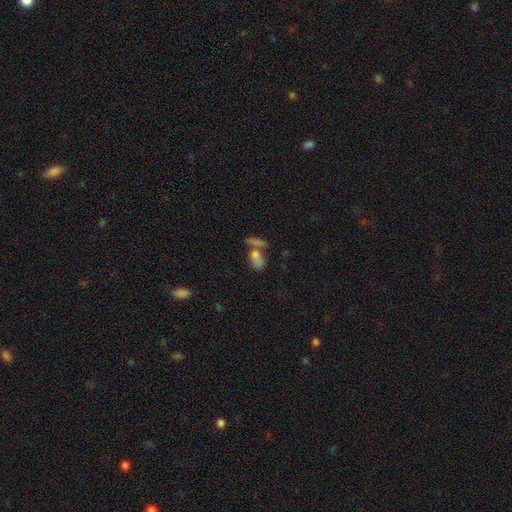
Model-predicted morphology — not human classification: A smooth galaxy with no disk features (72%) that is in between round and cigar-shaped (76%). Merging: merger (45%).